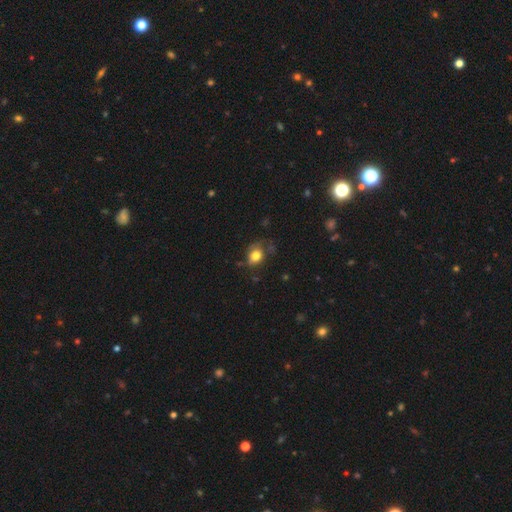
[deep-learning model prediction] Smooth or featured?
  - smooth: 78% *
  - featured or disk: 12%
  - star or artifact: 10%
How rounded?
  - in between: 55% *
  - round: 44%
  - cigar-shaped: 1%
Merging?
  - none: 53% *
  - minor disturbance: 29%
  - major disturbance: 15%
  - merger: 3%